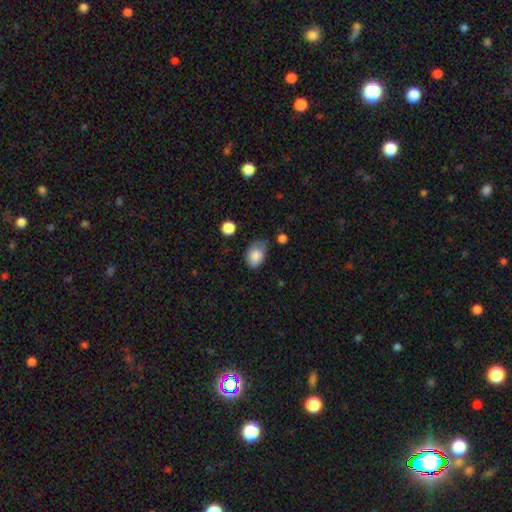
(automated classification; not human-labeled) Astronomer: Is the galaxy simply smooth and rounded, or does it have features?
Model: smooth — 85%.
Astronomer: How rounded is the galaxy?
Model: in between — 81%.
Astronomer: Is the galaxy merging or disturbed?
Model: none — 55% (runner-up: minor disturbance, 34%).